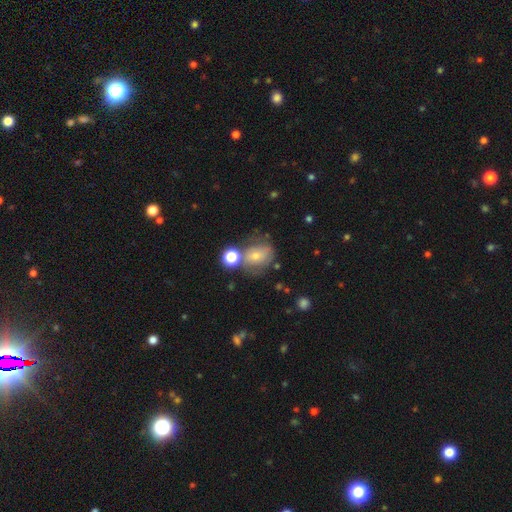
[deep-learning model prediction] Smooth or featured?
  - smooth: 60% *
  - featured or disk: 27%
  - star or artifact: 13%
How rounded?
  - round: 58% *
  - in between: 41%
  - cigar-shaped: 1%
Merging?
  - none: 43% *
  - merger: 22%
  - minor disturbance: 21%
  - major disturbance: 14%